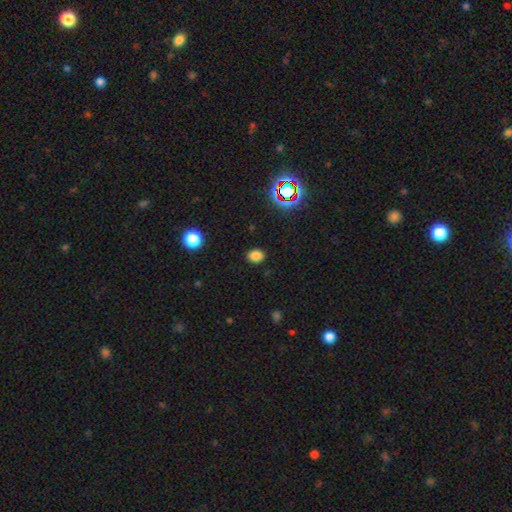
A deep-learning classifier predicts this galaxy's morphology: Smooth or featured: smooth — 81% (star or artifact — 15%)
How rounded: in between — 58% (round — 41%)
Merging: none — 88% (minor disturbance — 8%)